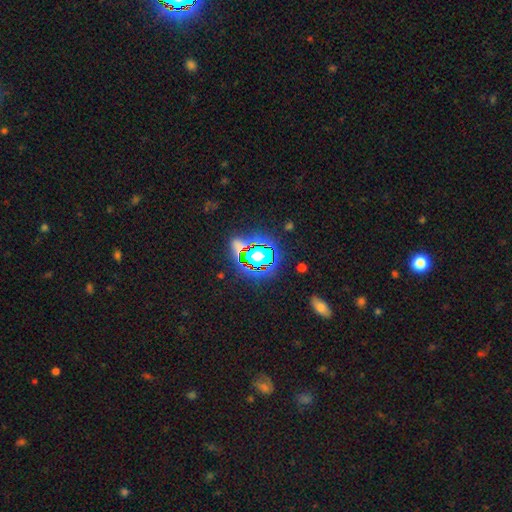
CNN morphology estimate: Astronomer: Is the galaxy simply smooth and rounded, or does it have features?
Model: star or artifact — 64%.